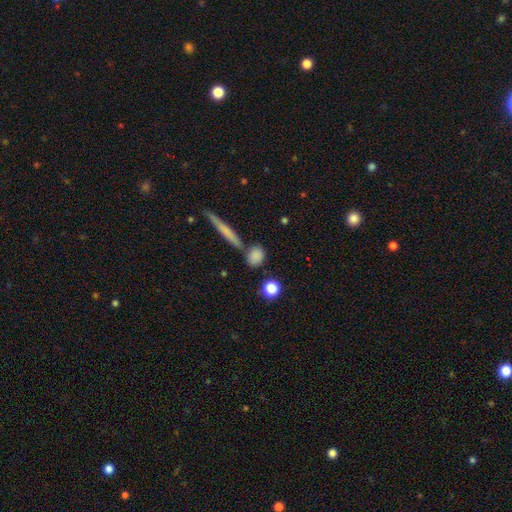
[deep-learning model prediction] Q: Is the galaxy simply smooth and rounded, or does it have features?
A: smooth — 83%.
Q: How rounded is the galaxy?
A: round — 61%.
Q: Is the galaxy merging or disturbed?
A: none — 72%.